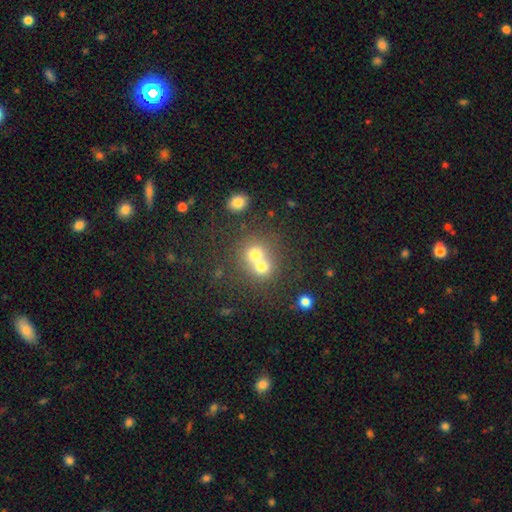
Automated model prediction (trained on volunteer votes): This is likely a smooth galaxy (64%). How rounded: clearly round (81%). Merging: possibly merger (59%).